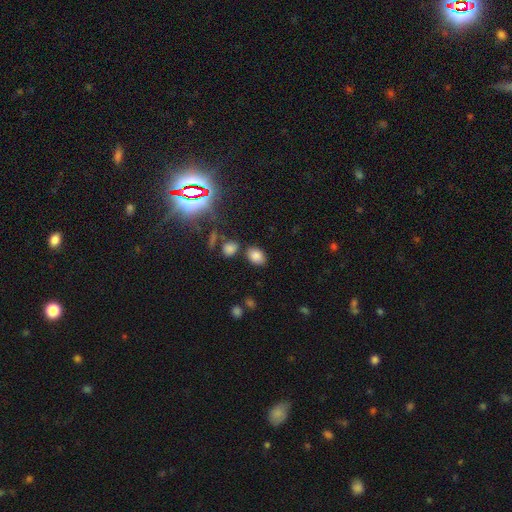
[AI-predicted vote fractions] smooth 81%, star or artifact 12%, featured or disk 7%. Down the decision tree: how rounded — in between (80%); merging — none (78%).